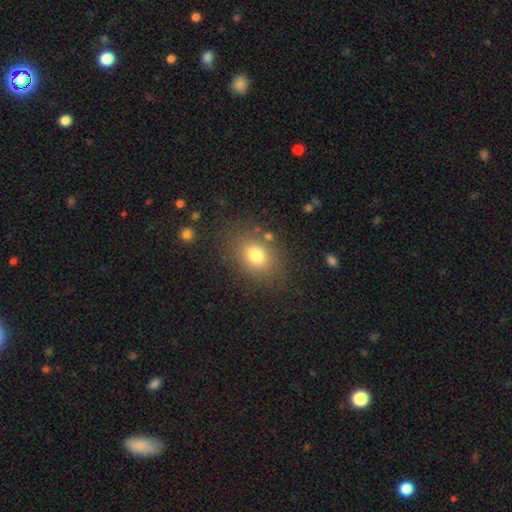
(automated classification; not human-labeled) Morphology: type=smooth (77%); roundness=in between (53%); merging=none (80%).